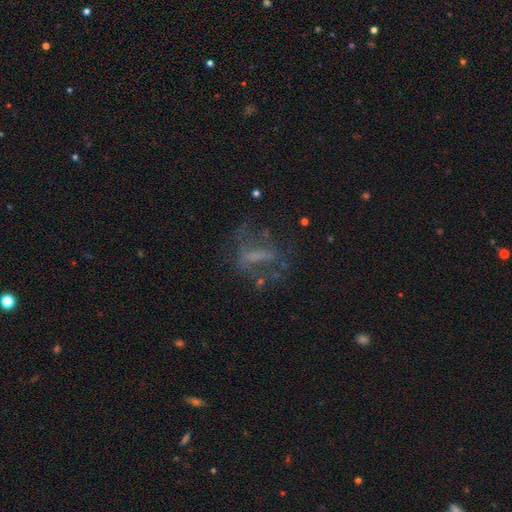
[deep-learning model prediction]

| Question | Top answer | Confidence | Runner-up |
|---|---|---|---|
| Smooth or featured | featured or disk | 51% | smooth (28%) |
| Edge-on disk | no | 87% | yes (13%) |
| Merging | none | 49% | major disturbance (29%) |